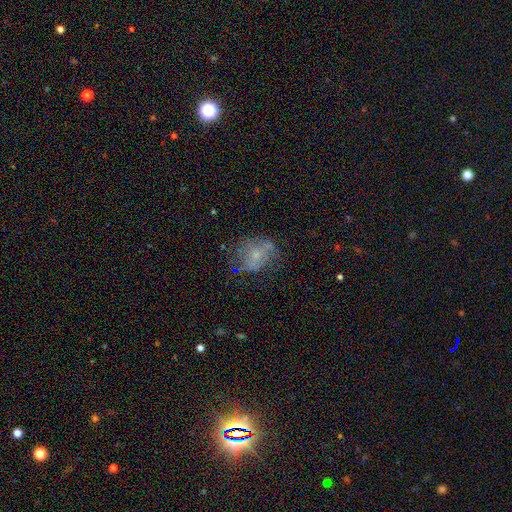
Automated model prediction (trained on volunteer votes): Smooth or featured: smooth — 45% (featured or disk — 44%)
Merging: none — 46% (minor disturbance — 27%)